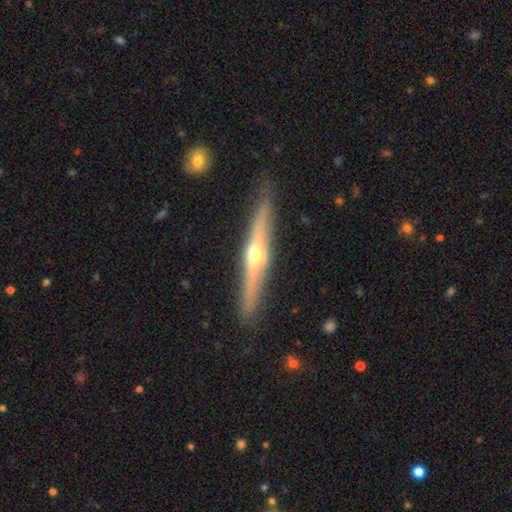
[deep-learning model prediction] Smooth or featured? Predicted: featured or disk (p=0.73). Edge-on disk? Predicted: yes (p=0.96). Edge-on bulge? Predicted: rounded (p=0.88). Merging? Predicted: none (p=0.88).